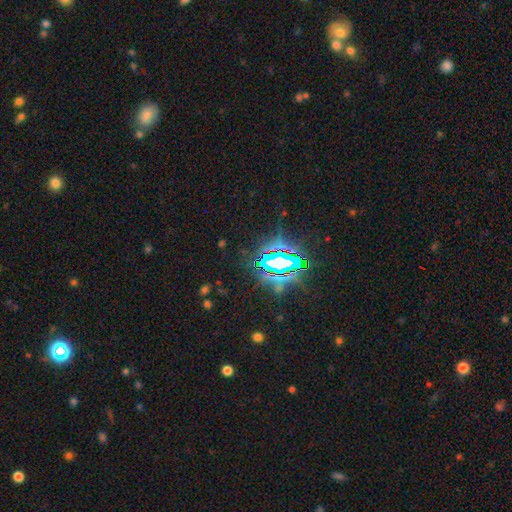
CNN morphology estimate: The model was most divided on "smooth or featured": star or artifact: 83%, smooth: 10%, featured or disk: 8%.